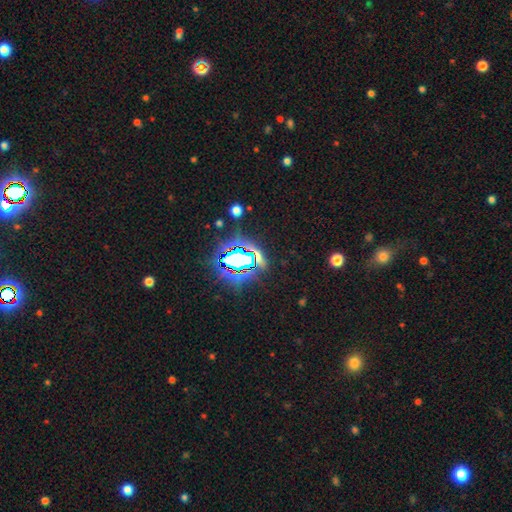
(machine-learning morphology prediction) Smooth or featured? Predicted: star or artifact (p=0.69).